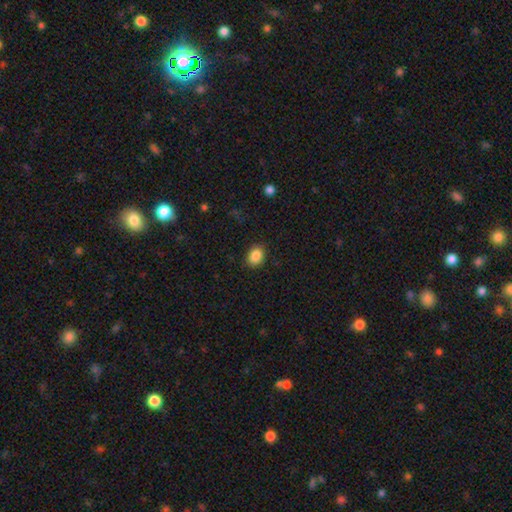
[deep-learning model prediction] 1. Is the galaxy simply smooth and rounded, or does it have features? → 87% smooth, 9% star or artifact, 4% featured or disk.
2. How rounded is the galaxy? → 64% in between, 35% round, 1% cigar-shaped.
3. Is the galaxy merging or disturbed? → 87% none, 9% minor disturbance, 2% major disturbance, 1% merger.